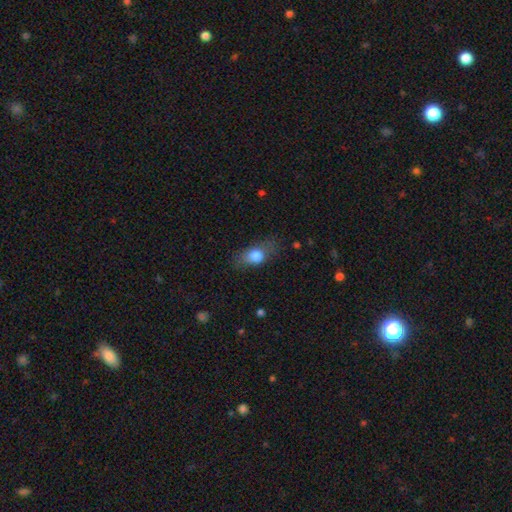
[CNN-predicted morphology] A smooth galaxy with no disk features (77%) that is in between round and cigar-shaped (74%).

Vote fractions:
- Smooth or featured? smooth: 77% / featured or disk: 14% / star or artifact: 9%
- How rounded? in between: 74% / round: 18% / cigar-shaped: 8%
- Merging? none: 64% / minor disturbance: 23% / major disturbance: 11% / merger: 1%